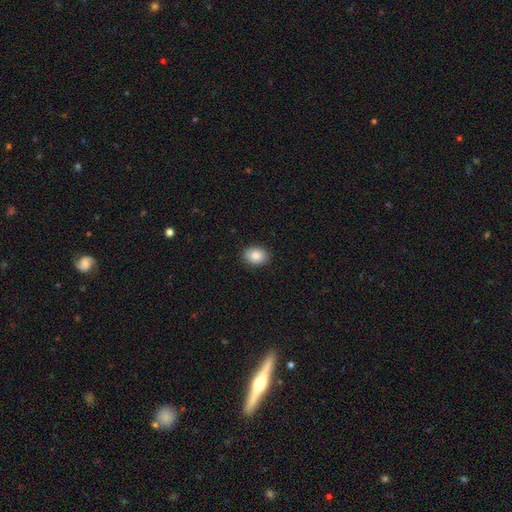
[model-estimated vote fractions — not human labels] A smooth galaxy with no disk features (86%) that is in between round and cigar-shaped (62%).

Vote fractions:
- Smooth or featured? smooth: 86% / star or artifact: 8% / featured or disk: 6%
- How rounded? in between: 62% / round: 37% / cigar-shaped: 1%
- Merging? none: 90% / minor disturbance: 7% / major disturbance: 2% / merger: 1%